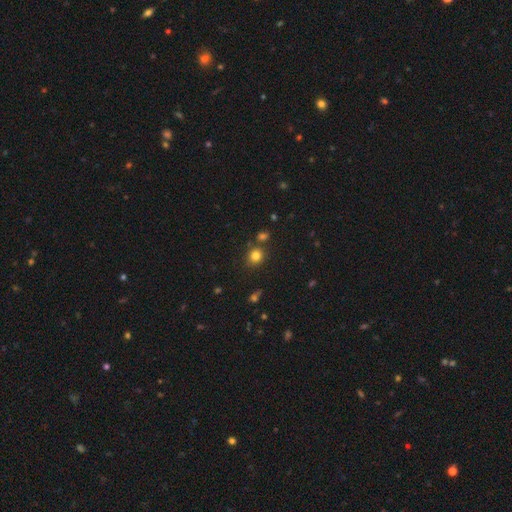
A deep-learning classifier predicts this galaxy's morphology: Smooth or featured? Predicted: smooth (p=0.80). How rounded? Predicted: round (p=0.82). Merging? Predicted: none (p=0.77).